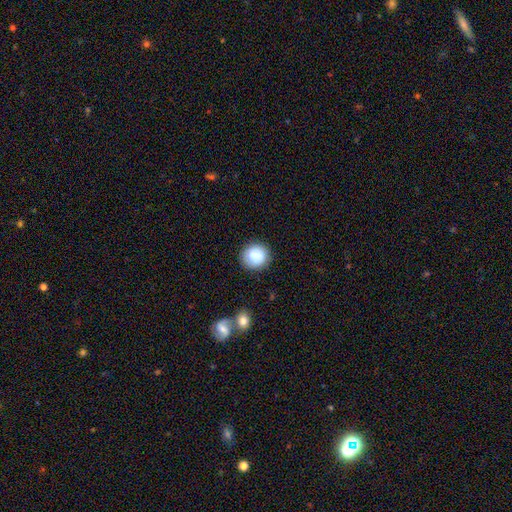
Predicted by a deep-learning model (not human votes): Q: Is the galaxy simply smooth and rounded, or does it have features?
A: smooth — 85%.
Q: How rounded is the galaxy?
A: round — 87%.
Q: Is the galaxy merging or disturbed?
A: none — 84%.